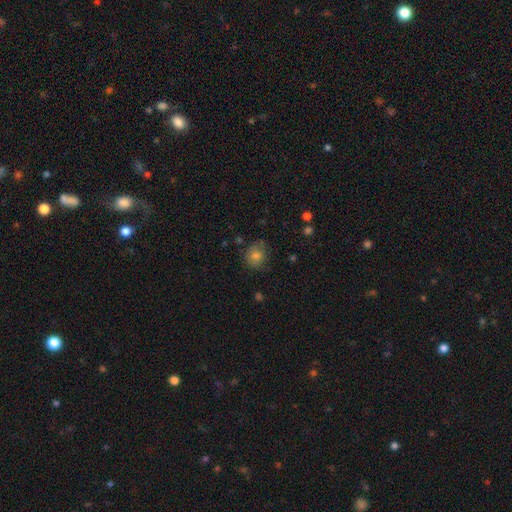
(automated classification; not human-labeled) smooth 75%, star or artifact 14%, featured or disk 11%. Down the decision tree: how rounded — round (74%); merging — none (75%).